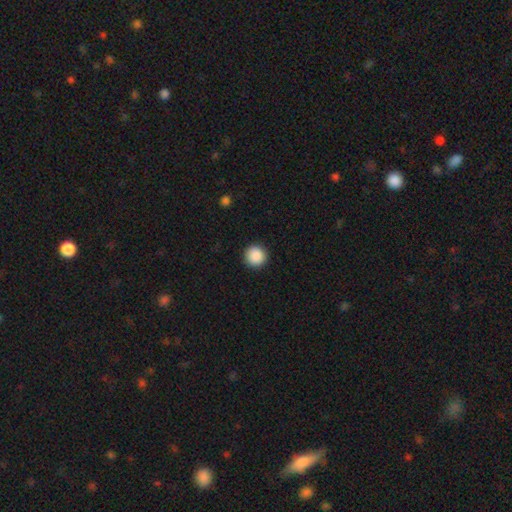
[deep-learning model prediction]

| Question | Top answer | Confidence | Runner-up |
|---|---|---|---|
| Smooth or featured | smooth | 89% | star or artifact (8%) |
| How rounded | round | 95% | in between (4%) |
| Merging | none | 92% | minor disturbance (5%) |